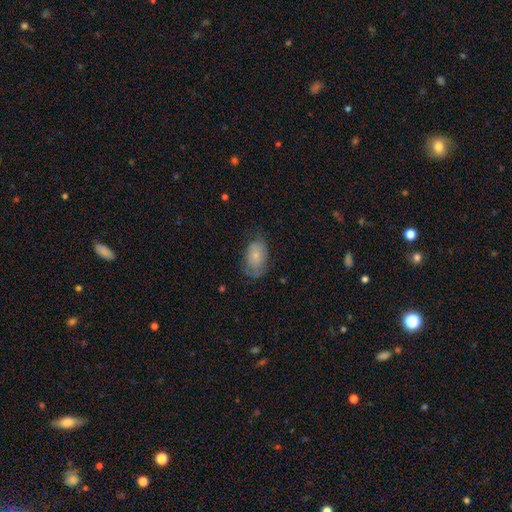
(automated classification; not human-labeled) Morphology: type=smooth (66%); roundness=in between (89%); merging=none (56%).